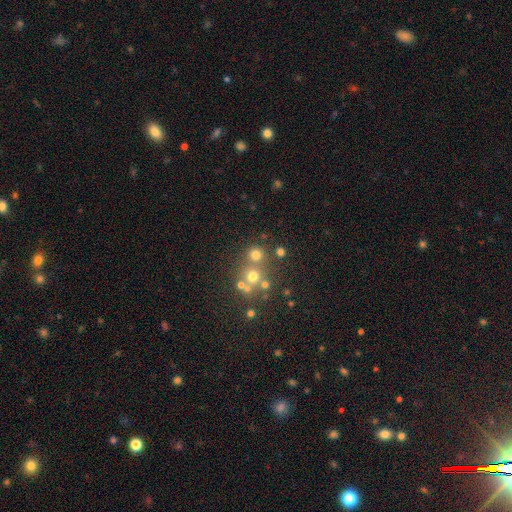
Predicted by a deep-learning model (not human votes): Morphology: type=smooth (55%); roundness=round (88%); merging=none (57%).